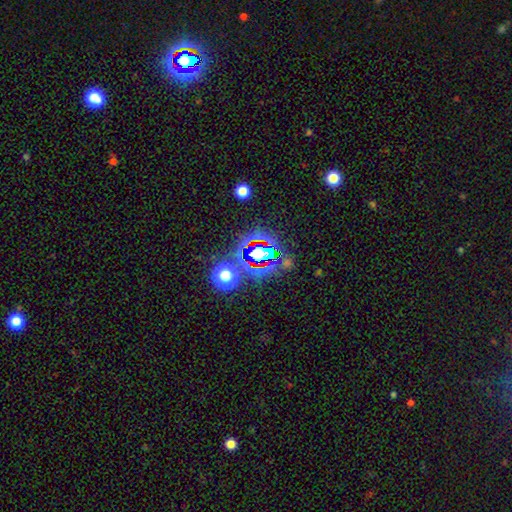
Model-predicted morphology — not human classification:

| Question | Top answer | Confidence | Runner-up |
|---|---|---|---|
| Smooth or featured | star or artifact | 68% | smooth (21%) |